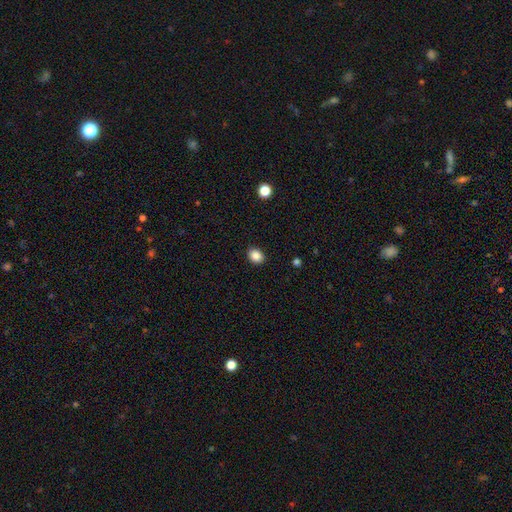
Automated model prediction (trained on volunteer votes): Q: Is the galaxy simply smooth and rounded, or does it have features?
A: smooth — 87%.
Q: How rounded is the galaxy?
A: in between — 51%.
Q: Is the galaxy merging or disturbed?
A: none — 90%.